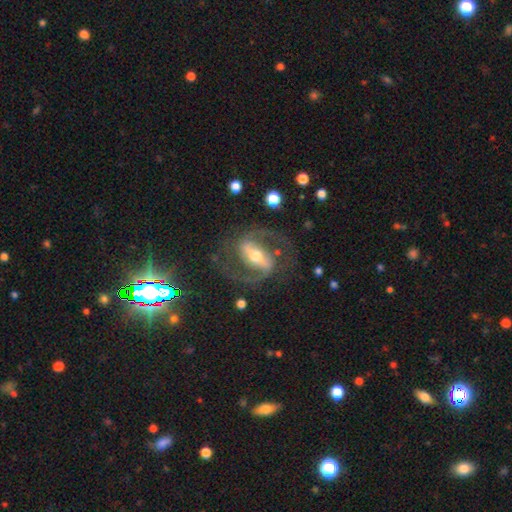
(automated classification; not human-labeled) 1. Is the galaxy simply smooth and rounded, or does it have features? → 89% featured or disk, 6% smooth, 5% star or artifact.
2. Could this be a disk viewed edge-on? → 96% no, 4% yes.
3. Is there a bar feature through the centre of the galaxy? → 62% strong, 26% weak, 12% no.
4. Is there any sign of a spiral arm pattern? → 94% yes, 6% no.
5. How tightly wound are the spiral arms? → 60% medium, 22% loose, 18% tight.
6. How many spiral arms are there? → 93% 2, 2% can't tell, 2% 1, 1% 3, 1% 4, 1% more than 4.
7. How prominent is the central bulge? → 68% moderate, 21% small, 9% large, 1% dominant, 1% none.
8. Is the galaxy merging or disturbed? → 76% none, 12% minor disturbance, 10% major disturbance, 2% merger.